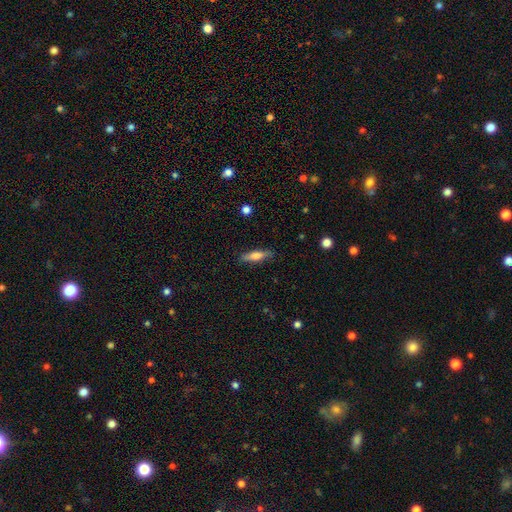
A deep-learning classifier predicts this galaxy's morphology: Smooth or featured? Predicted: smooth (p=0.59). How rounded? Predicted: cigar-shaped (p=0.70). Merging? Predicted: none (p=0.86).